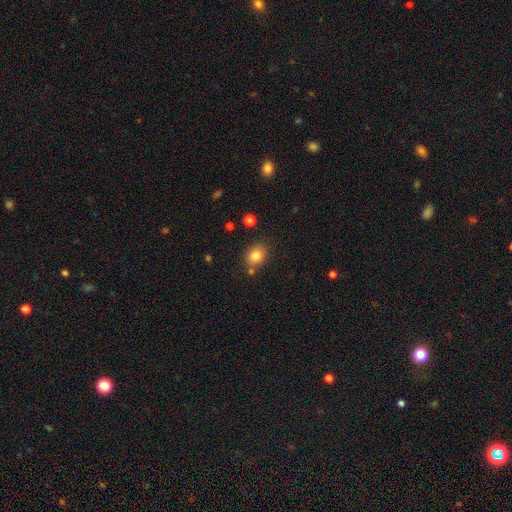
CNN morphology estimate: Smooth or featured? Predicted: smooth (p=0.82). How rounded? Predicted: round (p=0.56). Merging? Predicted: none (p=0.79).